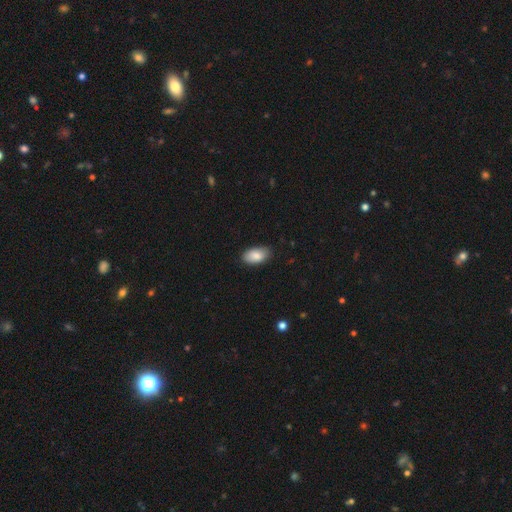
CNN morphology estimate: smooth 87%, star or artifact 7%, featured or disk 6%. Down the decision tree: how rounded — in between (94%); merging — none (85%).